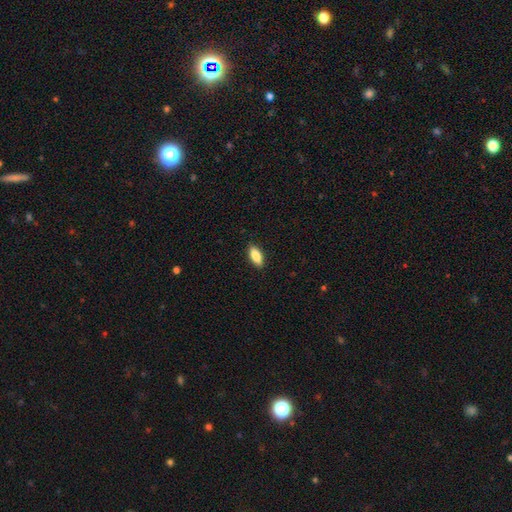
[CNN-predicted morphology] Smooth or featured: smooth — 85% (featured or disk — 9%)
How rounded: in between — 81% (cigar-shaped — 17%)
Merging: none — 89% (minor disturbance — 9%)